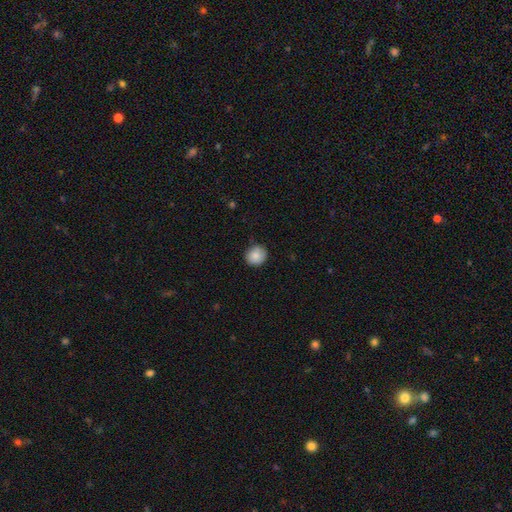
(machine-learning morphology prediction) Q: Smooth or featured?
A: smooth (85%); runner-up: star or artifact (8%)
Q: How rounded?
A: round (86%); runner-up: in between (13%)
Q: Merging?
A: none (82%); runner-up: minor disturbance (14%)